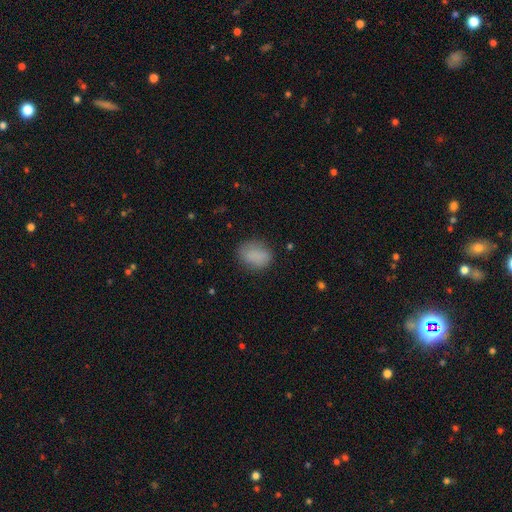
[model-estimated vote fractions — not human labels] smooth 85%, star or artifact 9%, featured or disk 6%. Down the decision tree: how rounded — in between (67%); merging — none (78%).